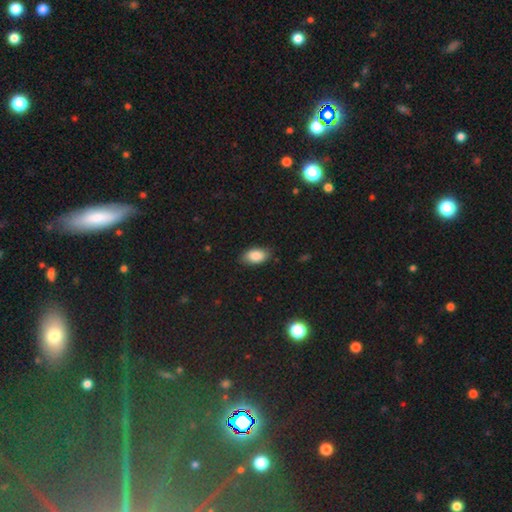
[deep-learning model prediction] Morphology: type=smooth (87%); roundness=in between (92%); merging=none (83%).